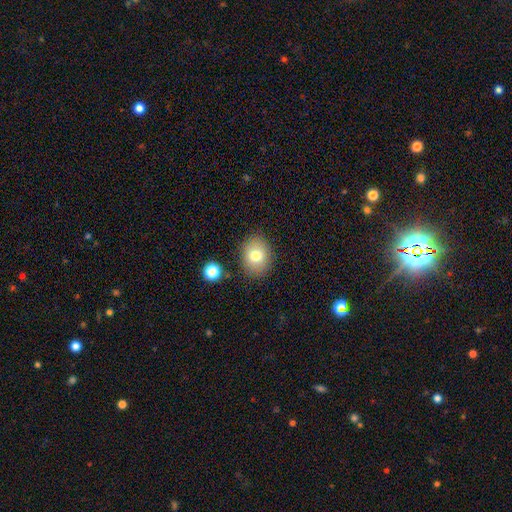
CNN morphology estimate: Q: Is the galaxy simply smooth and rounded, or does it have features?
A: smooth — 78%.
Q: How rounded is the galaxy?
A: in between — 53%.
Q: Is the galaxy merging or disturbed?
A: none — 83%.